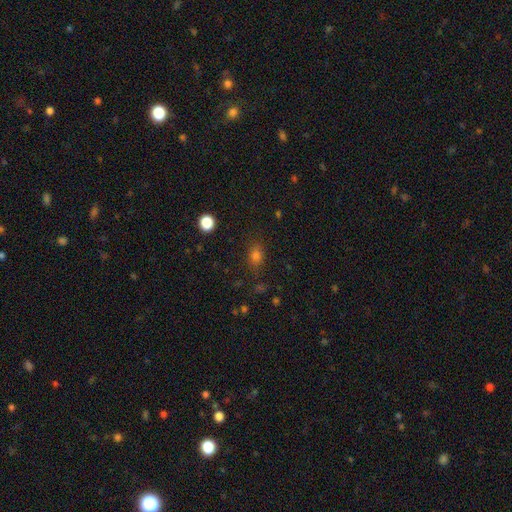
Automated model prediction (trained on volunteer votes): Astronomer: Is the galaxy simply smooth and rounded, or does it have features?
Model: smooth — 74%.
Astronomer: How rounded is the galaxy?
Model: in between — 63%.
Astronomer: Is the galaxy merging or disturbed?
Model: none — 82%.